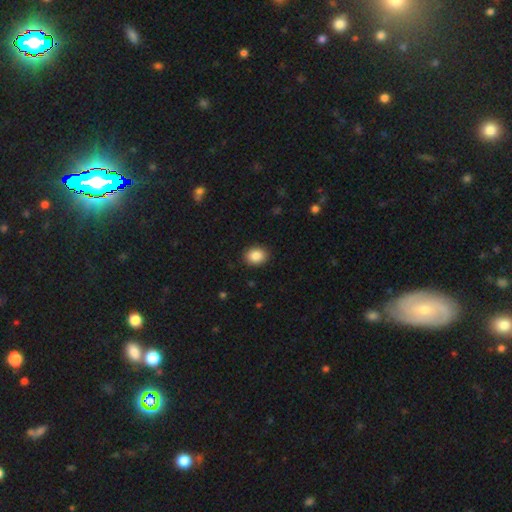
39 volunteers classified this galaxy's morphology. smooth 90%, star or artifact 10%, featured or disk 0%. Down the decision tree: how rounded — round (51%); merging — none (89%).